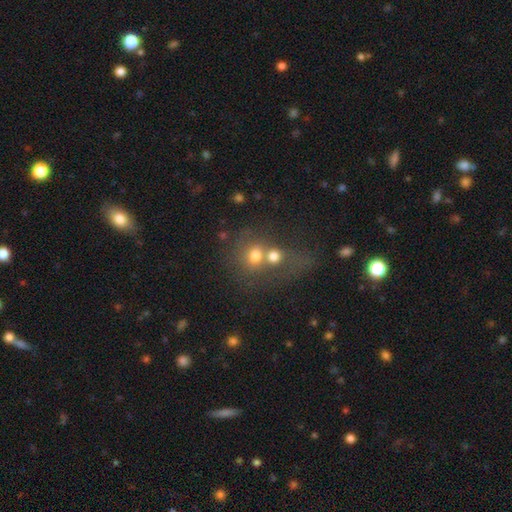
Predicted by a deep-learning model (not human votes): smooth-or-featured: smooth: 66% | featured or disk: 19% | star or artifact: 15%
  how-rounded: round: 76% | in between: 22% | cigar-shaped: 1%
  merging: merger: 61% | none: 26% | minor disturbance: 7% | major disturbance: 6%